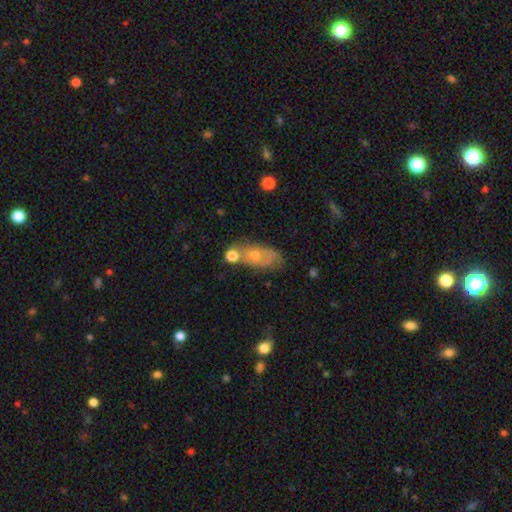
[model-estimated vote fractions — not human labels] Overall: smooth (54%; featured or disk 36%). How rounded: in between (81%). Merging: none (44%; minor disturbance 24%).